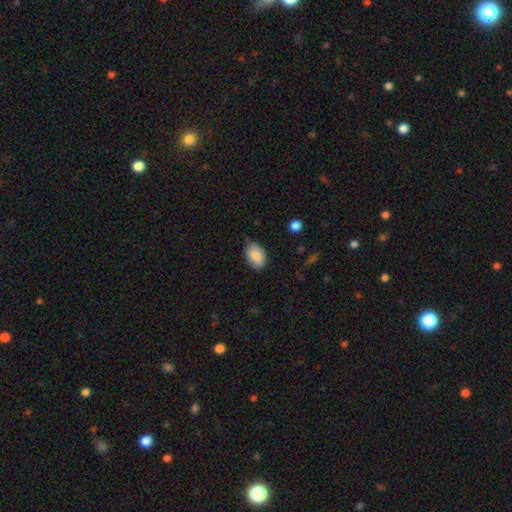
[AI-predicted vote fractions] smooth-or-featured: smooth: 87% | featured or disk: 7% | star or artifact: 7%
  how-rounded: in between: 86% | round: 13% | cigar-shaped: 1%
  merging: none: 77% | minor disturbance: 19% | major disturbance: 3% | merger: 1%